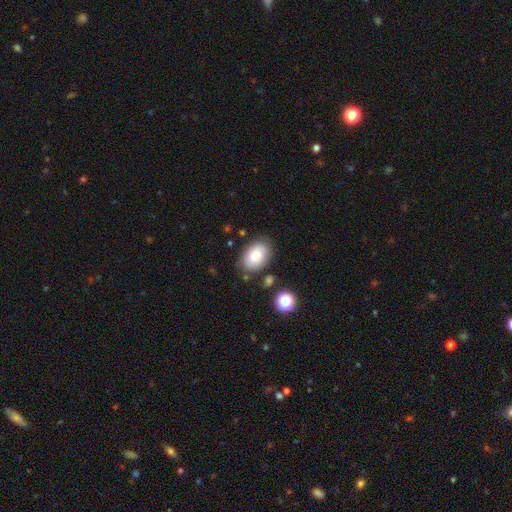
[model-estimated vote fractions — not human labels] This is likely a smooth galaxy (79%). How rounded: clearly in between (82%). Merging: likely none (77%).